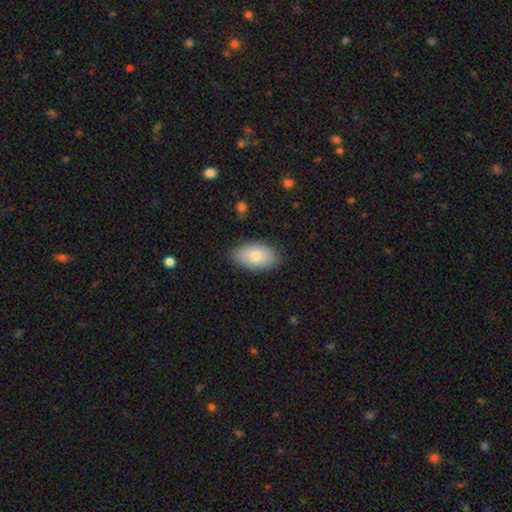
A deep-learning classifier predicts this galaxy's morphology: Smooth or featured? Predicted: smooth (p=0.77). How rounded? Predicted: in between (p=0.92). Merging? Predicted: none (p=0.84).